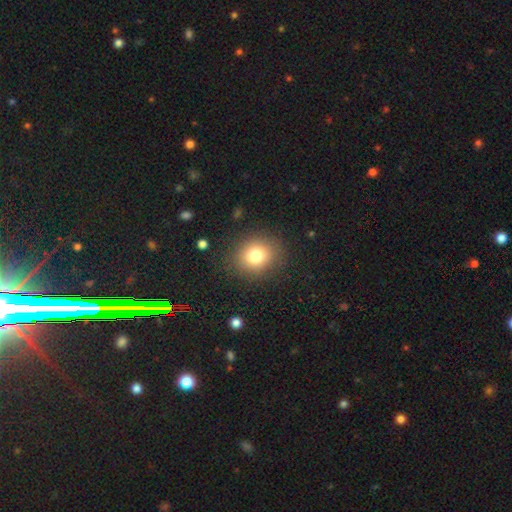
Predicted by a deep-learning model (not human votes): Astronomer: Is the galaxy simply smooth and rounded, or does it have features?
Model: smooth — 78%.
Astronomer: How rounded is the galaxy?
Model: round — 72%.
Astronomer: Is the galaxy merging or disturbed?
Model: none — 86%.